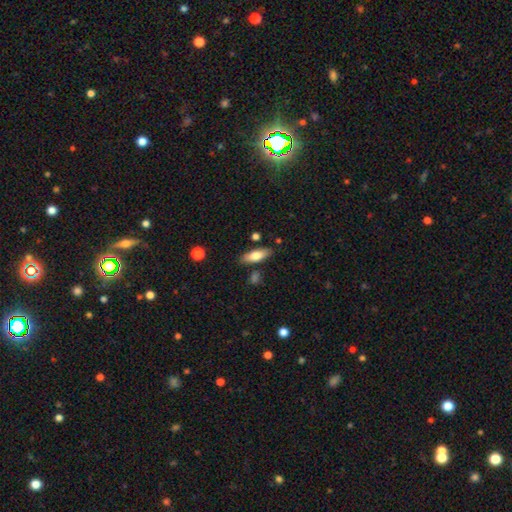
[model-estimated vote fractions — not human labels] Morphology: type=smooth (73%); roundness=in between (64%); merging=none (80%).